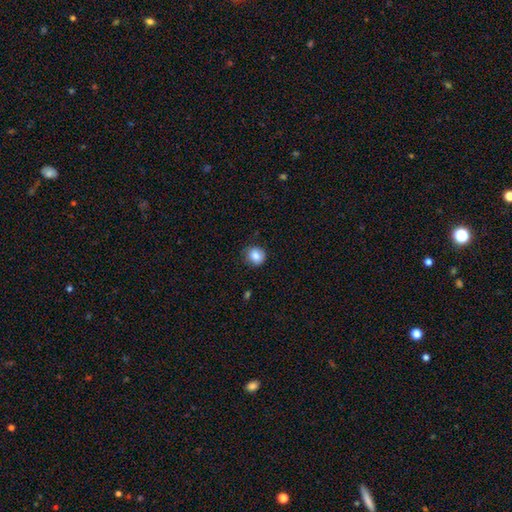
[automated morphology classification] Q: Smooth or featured?
A: smooth (83%); runner-up: star or artifact (9%)
Q: How rounded?
A: round (84%); runner-up: in between (15%)
Q: Merging?
A: none (83%); runner-up: minor disturbance (13%)